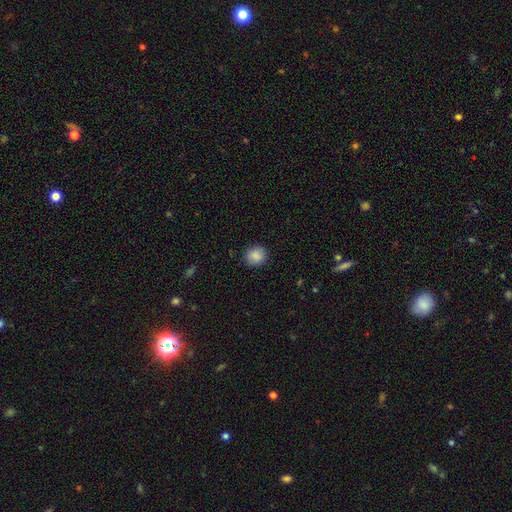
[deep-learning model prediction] smooth 88%, star or artifact 8%, featured or disk 3%. Down the decision tree: how rounded — round (81%); merging — none (89%).